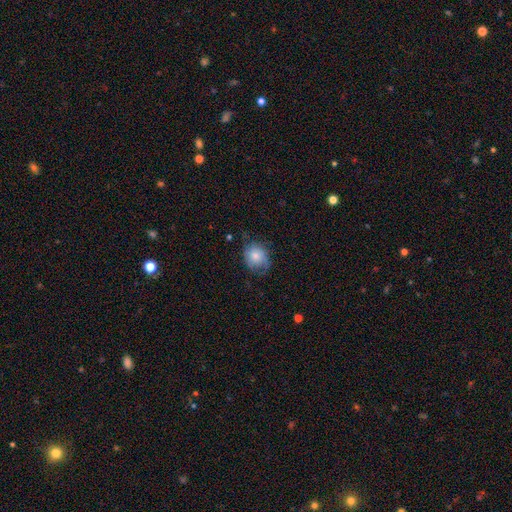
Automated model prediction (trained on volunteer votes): Morphology: type=smooth (72%); roundness=round (61%); merging=none (55%).